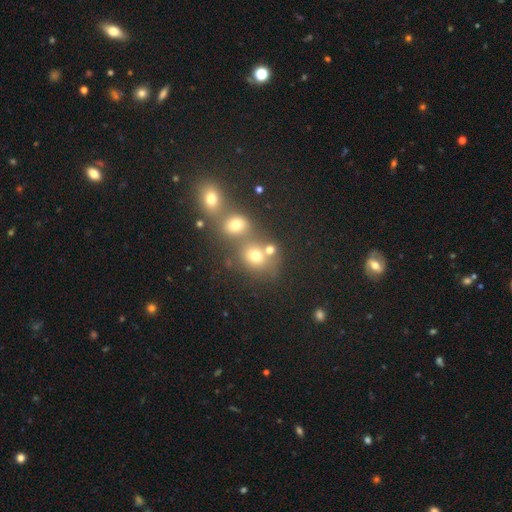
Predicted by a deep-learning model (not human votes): smooth 69%, star or artifact 19%, featured or disk 12%. Down the decision tree: how rounded — round (73%); merging — none (51%).